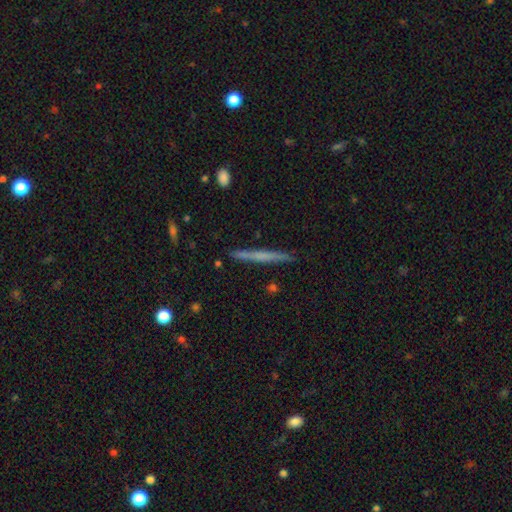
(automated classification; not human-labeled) smooth-or-featured: featured or disk: 49% | smooth: 44% | star or artifact: 7%
  merging: none: 91% | minor disturbance: 7% | major disturbance: 1% | merger: 1%